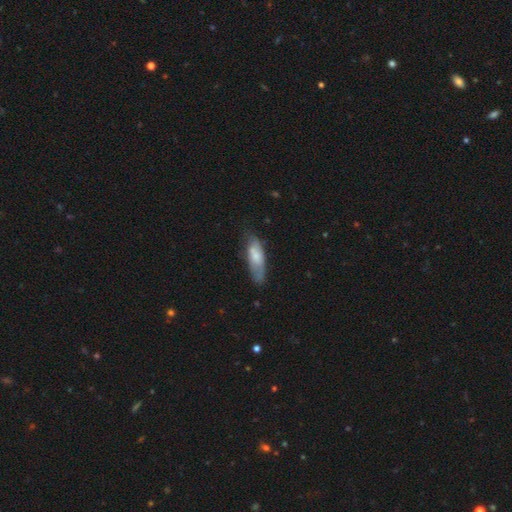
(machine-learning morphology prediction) smooth-or-featured: smooth: 64% | featured or disk: 30% | star or artifact: 6%
  how-rounded: in between: 58% | cigar-shaped: 40% | round: 2%
  merging: none: 56% | minor disturbance: 30% | major disturbance: 10% | merger: 3%